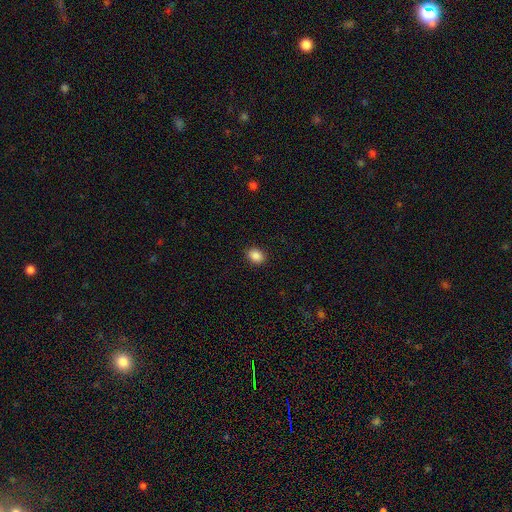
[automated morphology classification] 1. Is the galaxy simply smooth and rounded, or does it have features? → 88% smooth, 9% star or artifact, 3% featured or disk.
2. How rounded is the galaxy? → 61% in between, 38% round, 1% cigar-shaped.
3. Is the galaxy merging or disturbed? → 90% none, 7% minor disturbance, 2% major disturbance, 1% merger.